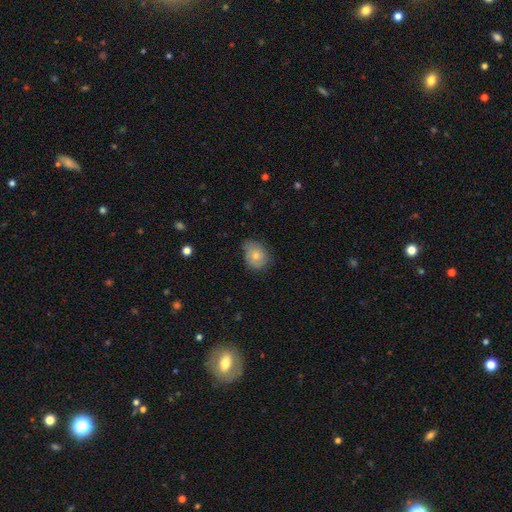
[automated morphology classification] This appears to be a smooth galaxy with no disk features (77%) that is in between round and cigar-shaped (50%). Merging: none (60%).